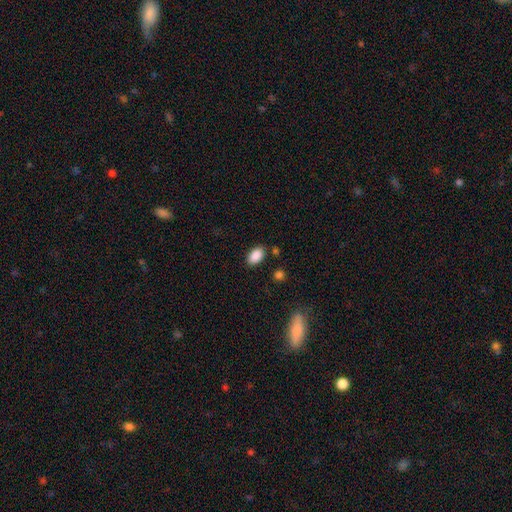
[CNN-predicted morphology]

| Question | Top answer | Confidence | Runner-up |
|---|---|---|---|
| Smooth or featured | smooth | 89% | star or artifact (8%) |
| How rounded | in between | 91% | round (8%) |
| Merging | none | 84% | minor disturbance (10%) |